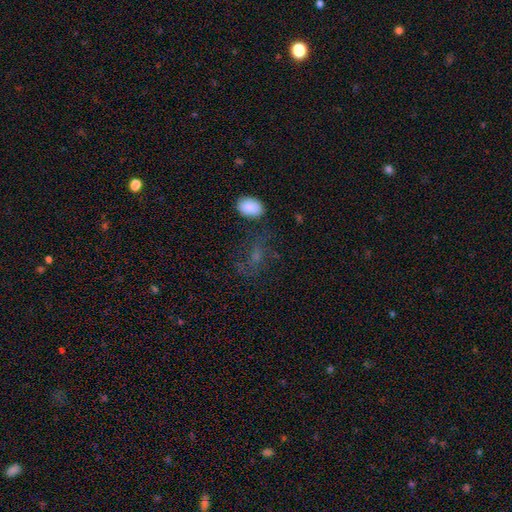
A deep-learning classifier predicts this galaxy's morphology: smooth_or_featured: smooth (p=0.36) [alt: star or artifact p=0.35]
merging: none (p=0.56) [alt: minor disturbance p=0.19]